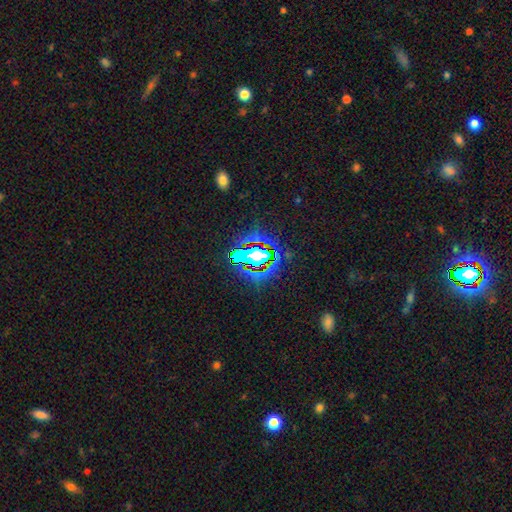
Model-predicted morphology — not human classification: smooth-or-featured: star or artifact: 63% | smooth: 21% | featured or disk: 15%